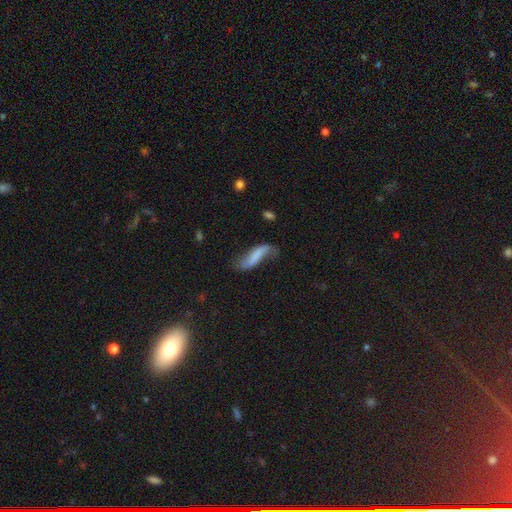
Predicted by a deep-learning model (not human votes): featured or disk 47%, smooth 45%, star or artifact 8%. Down the decision tree: merging — none (47%).